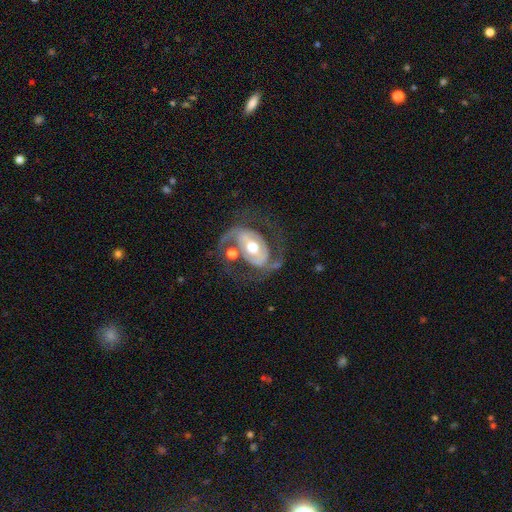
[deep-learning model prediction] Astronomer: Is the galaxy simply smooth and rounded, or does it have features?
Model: featured or disk — 84%.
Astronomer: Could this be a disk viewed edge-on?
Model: no — 97%.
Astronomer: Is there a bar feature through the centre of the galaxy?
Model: no — 37% (runner-up: weak, 34%).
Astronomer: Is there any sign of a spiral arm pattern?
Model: yes — 82%.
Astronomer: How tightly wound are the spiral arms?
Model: medium — 48% (runner-up: loose, 32%).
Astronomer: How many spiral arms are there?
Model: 2 — 82%.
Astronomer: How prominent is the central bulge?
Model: moderate — 75%.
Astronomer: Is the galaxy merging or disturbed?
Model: none — 51%.